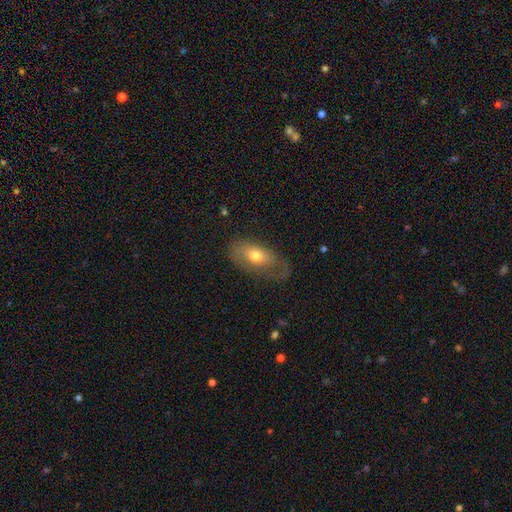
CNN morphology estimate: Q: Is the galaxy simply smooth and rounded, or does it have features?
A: smooth — 63%.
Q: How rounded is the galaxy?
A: in between — 88%.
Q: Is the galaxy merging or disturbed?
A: none — 52%.